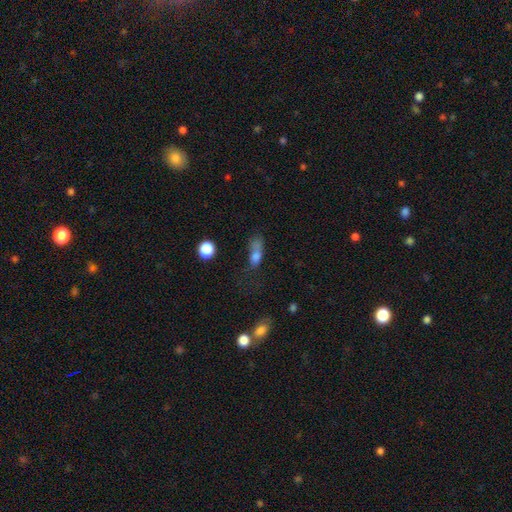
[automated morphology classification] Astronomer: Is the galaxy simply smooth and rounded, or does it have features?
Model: smooth — 68%.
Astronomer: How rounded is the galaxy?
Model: in between — 64%.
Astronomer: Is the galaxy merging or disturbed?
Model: major disturbance — 32% (runner-up: none, 28%).